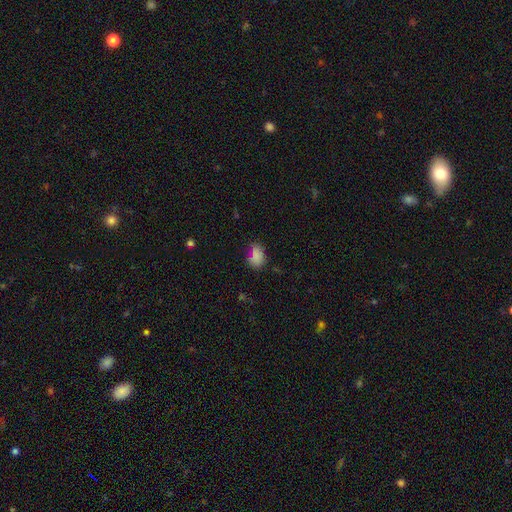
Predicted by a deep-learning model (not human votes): This appears to be a smooth galaxy with no disk features (80%) that is in between round and cigar-shaped (75%). Merging: none (61%).